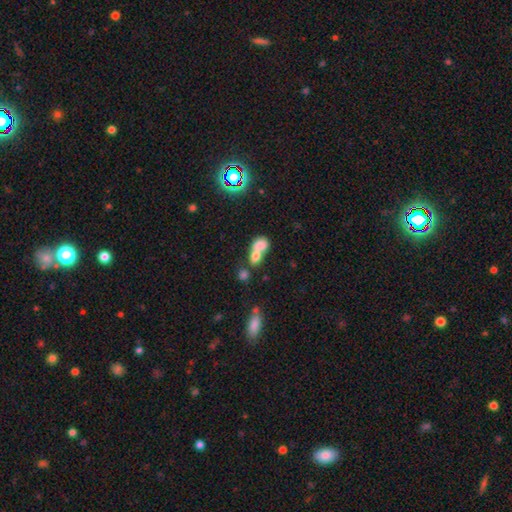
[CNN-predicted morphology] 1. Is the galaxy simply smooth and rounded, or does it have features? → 72% smooth, 16% featured or disk, 12% star or artifact.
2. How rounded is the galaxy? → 52% in between, 46% round, 2% cigar-shaped.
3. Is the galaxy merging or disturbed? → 73% merger, 18% none, 5% minor disturbance, 4% major disturbance.